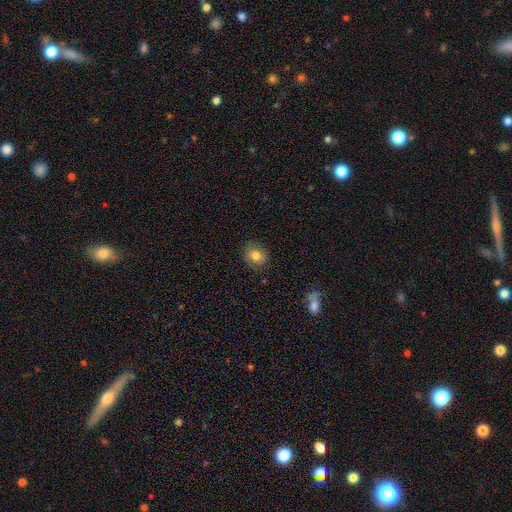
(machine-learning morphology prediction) Smooth or featured? smooth (77%)
How rounded? round (75%)
Merging? none (82%)